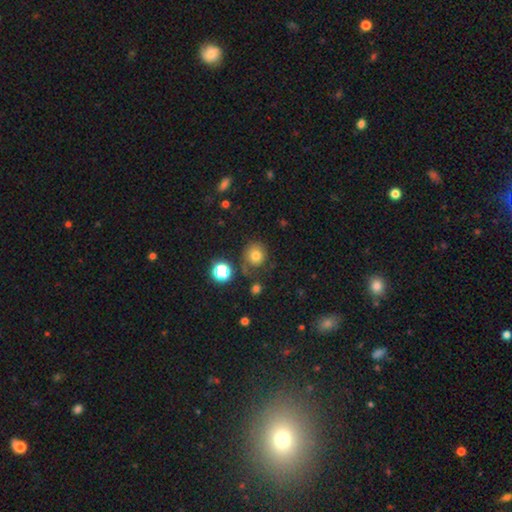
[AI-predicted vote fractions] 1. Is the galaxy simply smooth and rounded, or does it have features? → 73% smooth, 16% star or artifact, 11% featured or disk.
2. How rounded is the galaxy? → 85% round, 14% in between, 1% cigar-shaped.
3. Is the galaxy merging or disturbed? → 67% none, 18% minor disturbance, 9% major disturbance, 6% merger.